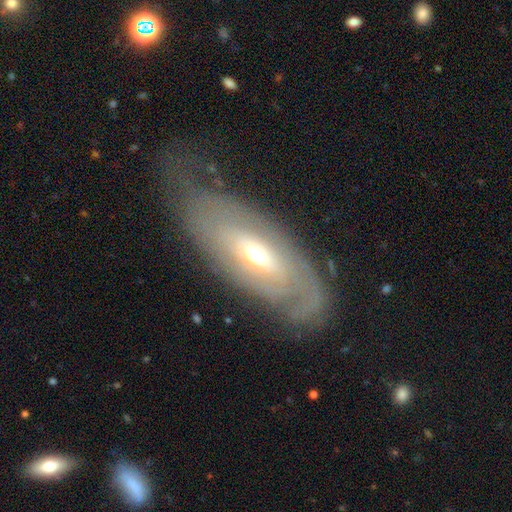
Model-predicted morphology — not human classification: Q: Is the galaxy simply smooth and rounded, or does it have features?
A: featured or disk — 69%.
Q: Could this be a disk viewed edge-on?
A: no — 84%.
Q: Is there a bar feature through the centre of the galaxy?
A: no — 64%.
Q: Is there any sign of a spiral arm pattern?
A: yes — 61%.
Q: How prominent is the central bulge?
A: moderate — 55%.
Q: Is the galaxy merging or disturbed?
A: none — 56%.